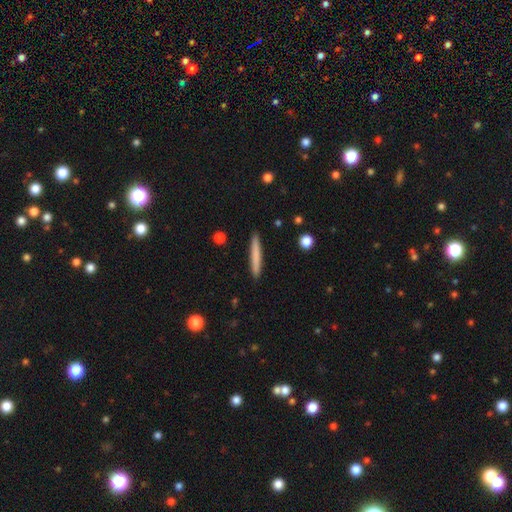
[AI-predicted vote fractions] Smooth or featured: smooth — 74% (featured or disk — 20%)
How rounded: cigar-shaped — 96% (in between — 3%)
Merging: none — 92% (minor disturbance — 6%)